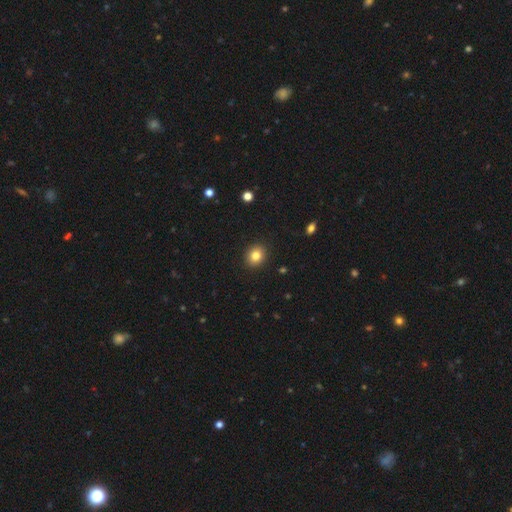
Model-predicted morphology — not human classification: This is clearly a smooth galaxy (83%). How rounded: likely round (70%). Merging: clearly none (91%).